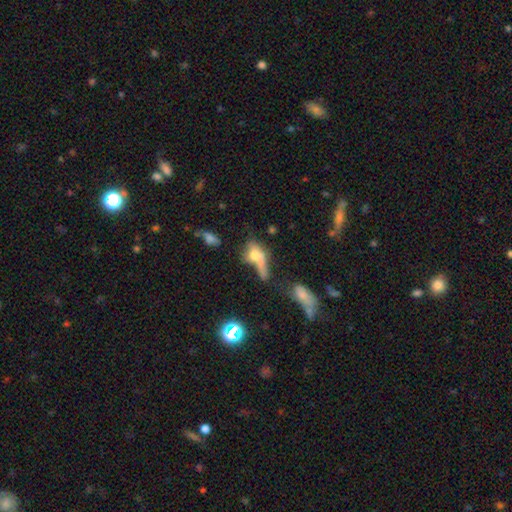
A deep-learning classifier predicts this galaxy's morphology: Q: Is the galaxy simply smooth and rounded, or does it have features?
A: smooth — 56%.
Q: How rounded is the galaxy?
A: in between — 58%.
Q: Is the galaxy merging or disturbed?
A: merger — 37%.